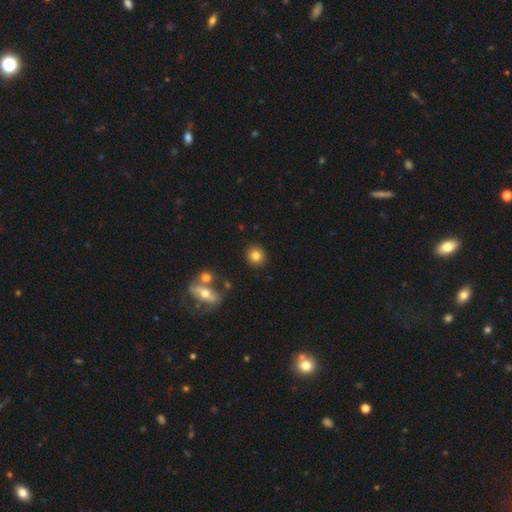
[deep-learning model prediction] Morphology: type=smooth (81%); roundness=round (91%); merging=none (88%).